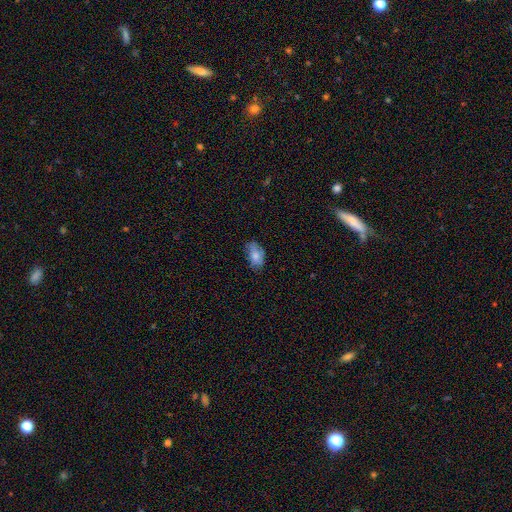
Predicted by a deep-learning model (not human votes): This is likely a smooth galaxy (74%). How rounded: clearly in between (91%). Merging: likely none (62%).